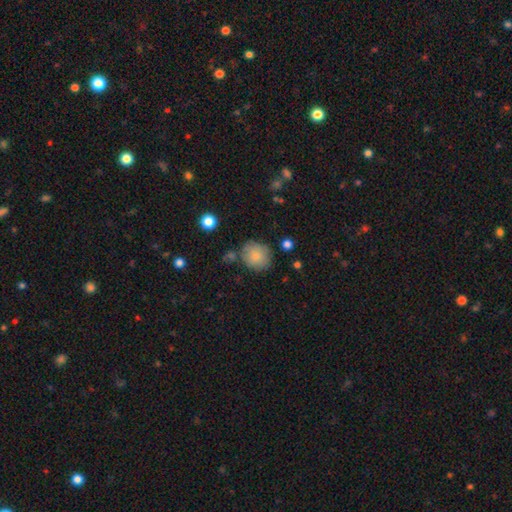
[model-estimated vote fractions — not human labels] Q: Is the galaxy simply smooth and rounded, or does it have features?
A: smooth — 83%.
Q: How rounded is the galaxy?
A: round — 77%.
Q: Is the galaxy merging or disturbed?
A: none — 72%.